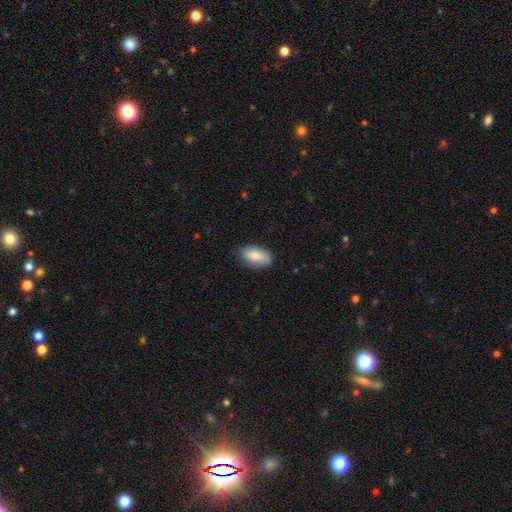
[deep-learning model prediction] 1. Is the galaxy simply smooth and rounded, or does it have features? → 85% smooth, 9% featured or disk, 6% star or artifact.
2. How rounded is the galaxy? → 94% in between, 3% round, 3% cigar-shaped.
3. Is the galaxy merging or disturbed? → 78% none, 18% minor disturbance, 3% major disturbance, 1% merger.